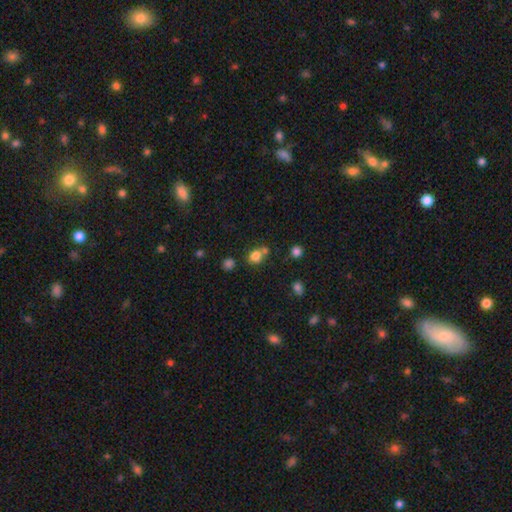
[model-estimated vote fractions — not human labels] Morphology: type=smooth (79%); roundness=round (57%); merging=none (52%).